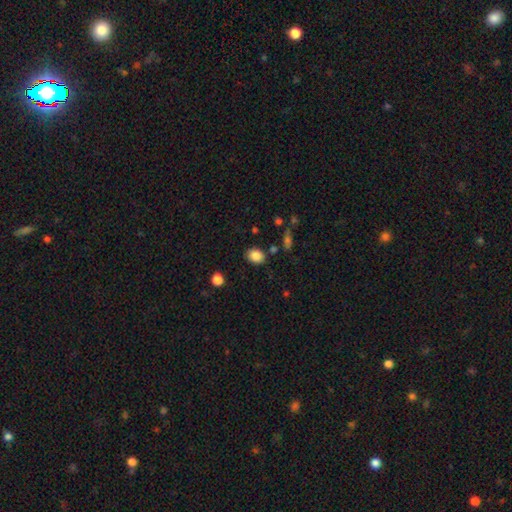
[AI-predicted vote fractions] smooth 85%, star or artifact 9%, featured or disk 6%. Down the decision tree: how rounded — in between (57%); merging — none (82%).